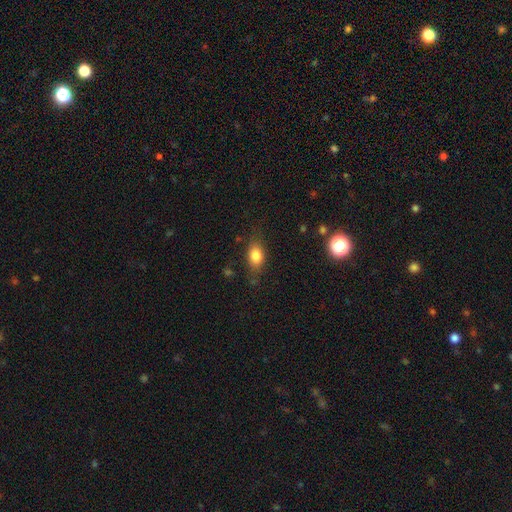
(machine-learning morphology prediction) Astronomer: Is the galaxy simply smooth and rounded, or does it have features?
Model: smooth — 81%.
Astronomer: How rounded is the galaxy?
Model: in between — 81%.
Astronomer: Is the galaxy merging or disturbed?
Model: none — 73%.